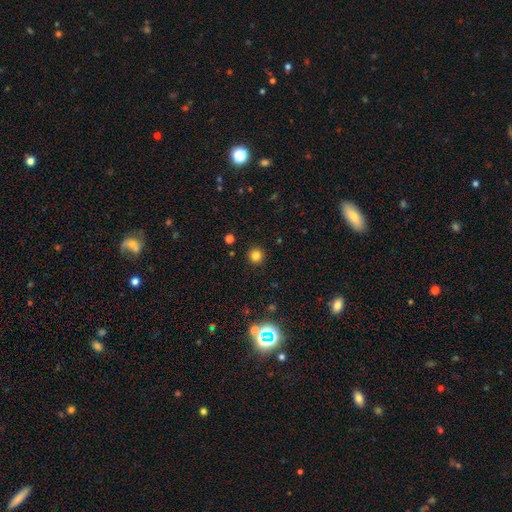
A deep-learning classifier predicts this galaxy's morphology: Smooth or featured? Predicted: smooth (p=0.80). How rounded? Predicted: round (p=0.94). Merging? Predicted: none (p=0.92).